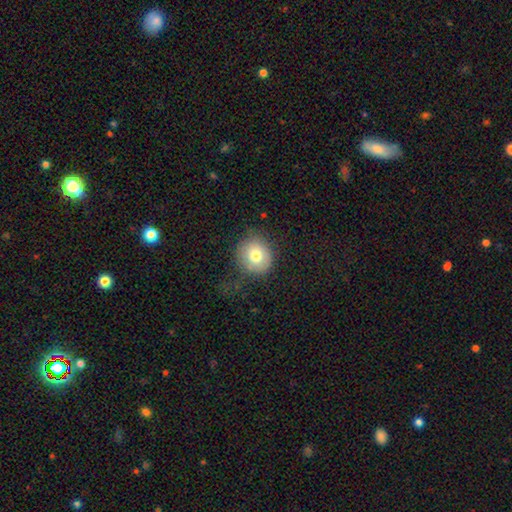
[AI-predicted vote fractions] smooth_or_featured: smooth (p=0.75) [alt: featured or disk p=0.15]
how_rounded: round (p=0.83) [alt: in between p=0.16]
merging: none (p=0.65) [alt: minor disturbance p=0.22]